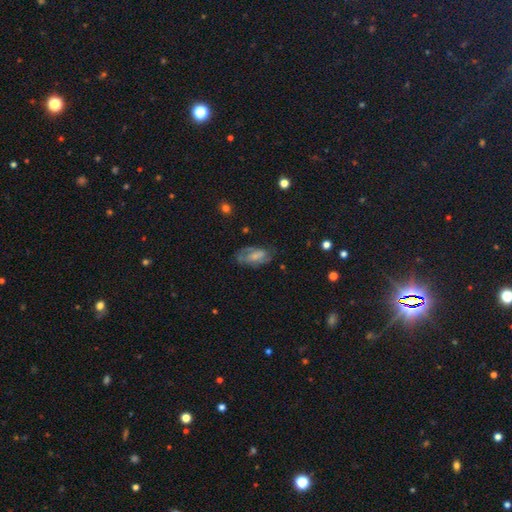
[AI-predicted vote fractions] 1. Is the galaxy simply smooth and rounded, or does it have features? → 53% featured or disk, 39% smooth, 8% star or artifact.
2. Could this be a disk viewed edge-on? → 93% no, 7% yes.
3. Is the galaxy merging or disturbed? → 60% none, 24% minor disturbance, 14% major disturbance, 2% merger.